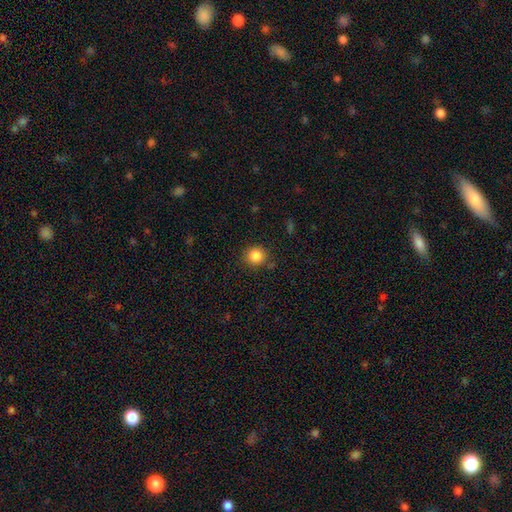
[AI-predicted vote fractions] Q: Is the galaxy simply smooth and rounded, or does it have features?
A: smooth — 85%.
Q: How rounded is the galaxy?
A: round — 89%.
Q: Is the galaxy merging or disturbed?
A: none — 86%.